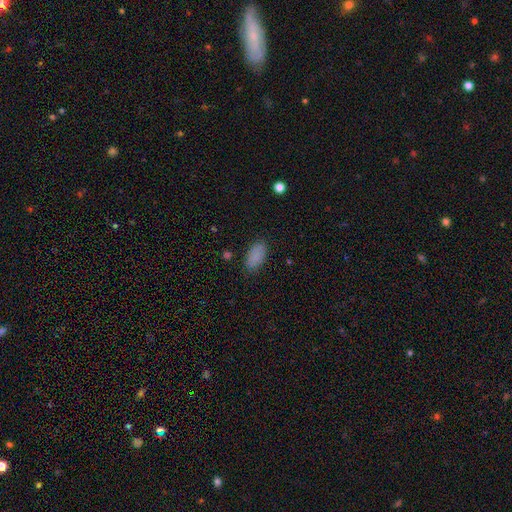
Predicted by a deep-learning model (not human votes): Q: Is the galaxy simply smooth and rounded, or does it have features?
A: smooth — 86%.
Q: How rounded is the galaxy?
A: in between — 93%.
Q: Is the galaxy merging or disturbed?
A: none — 82%.